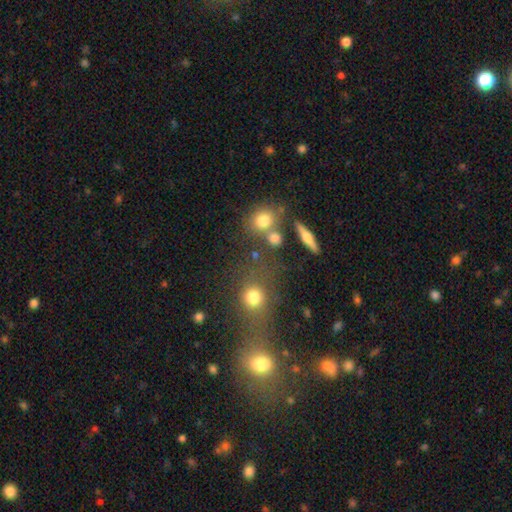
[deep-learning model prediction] smooth-or-featured: smooth: 69% | star or artifact: 17% | featured or disk: 14%
  how-rounded: round: 71% | in between: 25% | cigar-shaped: 4%
  merging: none: 61% | merger: 22% | minor disturbance: 11% | major disturbance: 6%